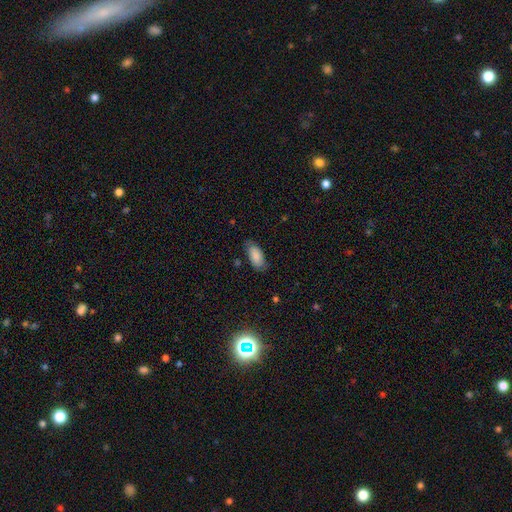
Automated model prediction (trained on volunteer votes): Smooth or featured: smooth — 85% (featured or disk — 9%)
How rounded: in between — 92% (cigar-shaped — 6%)
Merging: none — 75% (minor disturbance — 19%)